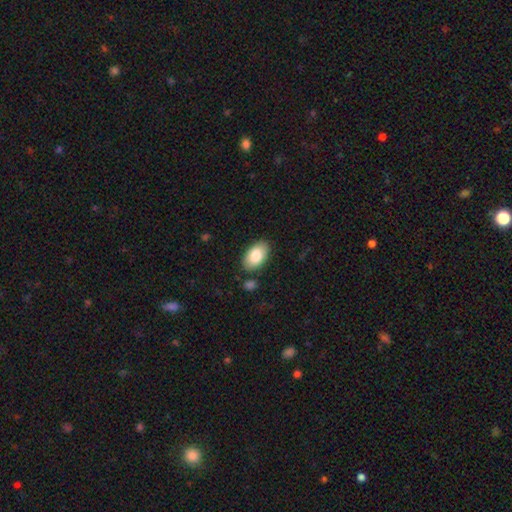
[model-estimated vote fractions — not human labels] A smooth galaxy with no disk features (83%) that is in between round and cigar-shaped (94%). Merging: none (84%).